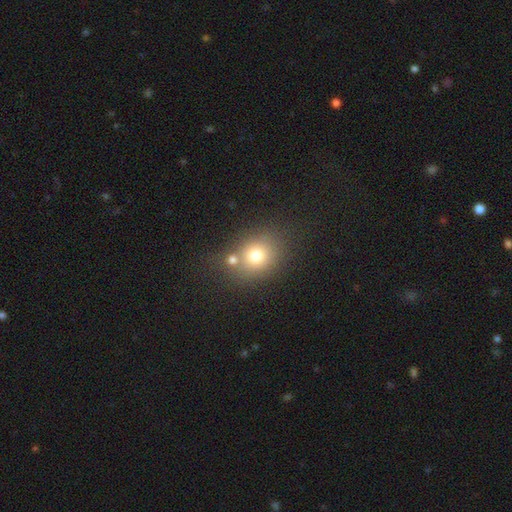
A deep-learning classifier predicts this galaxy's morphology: Smooth or featured: smooth — 74% (star or artifact — 13%)
How rounded: round — 62% (in between — 37%)
Merging: none — 56% (merger — 28%)